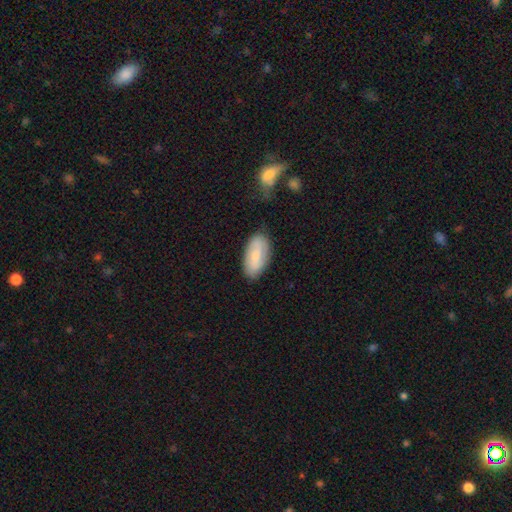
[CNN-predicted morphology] Smooth or featured? smooth (65%)
How rounded? in between (92%)
Merging? none (77%)